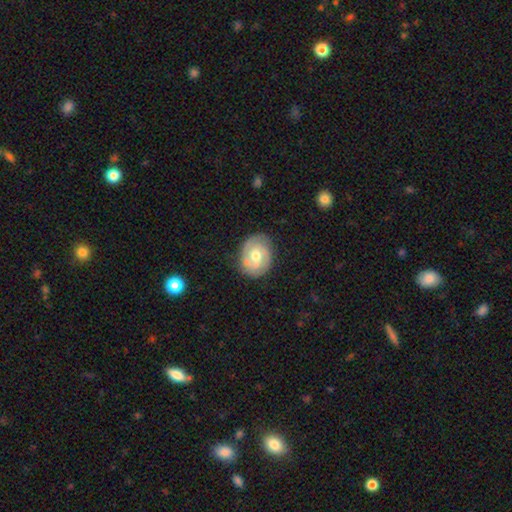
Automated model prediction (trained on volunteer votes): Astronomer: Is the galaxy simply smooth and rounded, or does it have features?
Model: featured or disk — 71%.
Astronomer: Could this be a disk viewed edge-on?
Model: no — 97%.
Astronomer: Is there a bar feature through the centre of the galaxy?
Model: no — 65%.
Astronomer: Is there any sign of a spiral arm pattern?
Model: yes — 87%.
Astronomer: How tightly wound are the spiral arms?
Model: tight — 56% (runner-up: medium, 34%).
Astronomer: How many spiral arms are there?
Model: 2 — 57%.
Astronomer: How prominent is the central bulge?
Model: moderate — 76%.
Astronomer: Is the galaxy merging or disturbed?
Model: none — 76%.